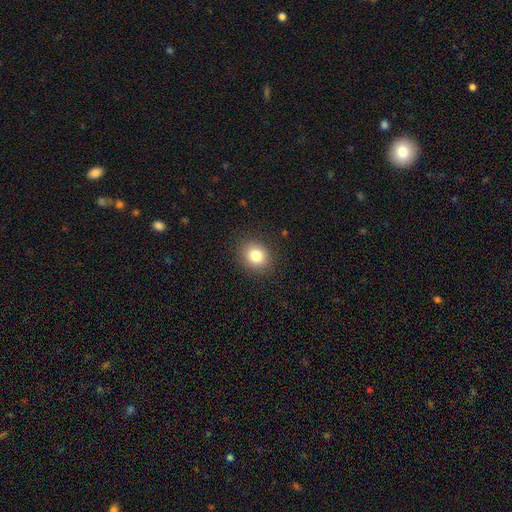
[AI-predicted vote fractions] A smooth galaxy with no disk features (82%) that is round (70%).

Vote fractions:
- Smooth or featured? smooth: 82% / star or artifact: 11% / featured or disk: 7%
- How rounded? round: 70% / in between: 29% / cigar-shaped: 1%
- Merging? none: 89% / minor disturbance: 8% / major disturbance: 3% / merger: 1%